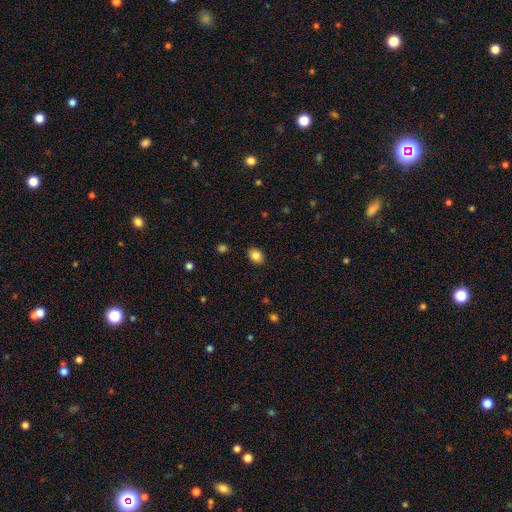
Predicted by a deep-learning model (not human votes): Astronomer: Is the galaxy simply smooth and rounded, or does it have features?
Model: smooth — 85%.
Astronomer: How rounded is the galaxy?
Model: in between — 57% (runner-up: round, 42%).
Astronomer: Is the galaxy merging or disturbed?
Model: none — 89%.